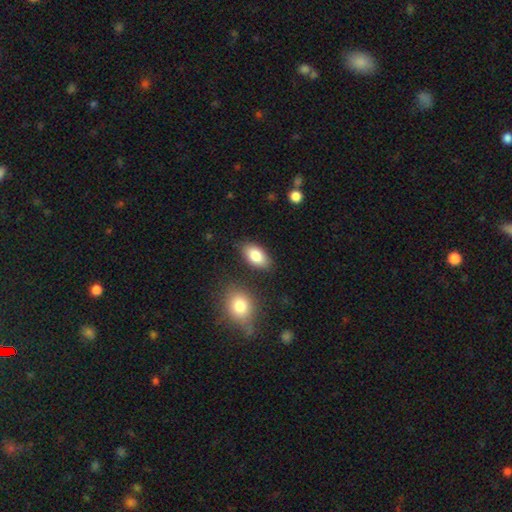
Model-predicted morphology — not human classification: Smooth or featured? Predicted: smooth (p=0.85). How rounded? Predicted: in between (p=0.93). Merging? Predicted: none (p=0.82).